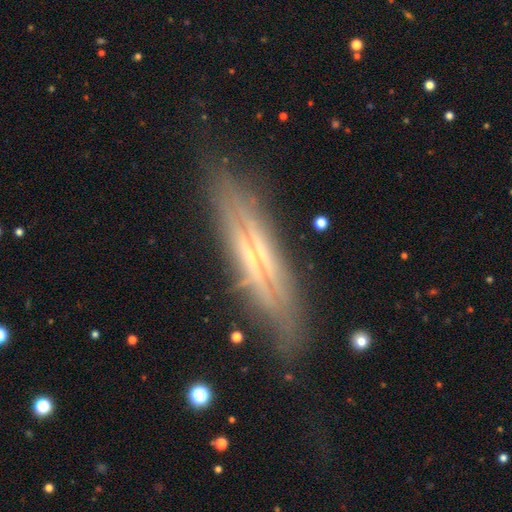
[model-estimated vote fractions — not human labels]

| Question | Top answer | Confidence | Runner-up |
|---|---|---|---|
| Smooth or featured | featured or disk | 77% | smooth (15%) |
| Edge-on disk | yes | 94% | no (6%) |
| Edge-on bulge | rounded | 47% | none (38%) |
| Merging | none | 81% | minor disturbance (13%) |